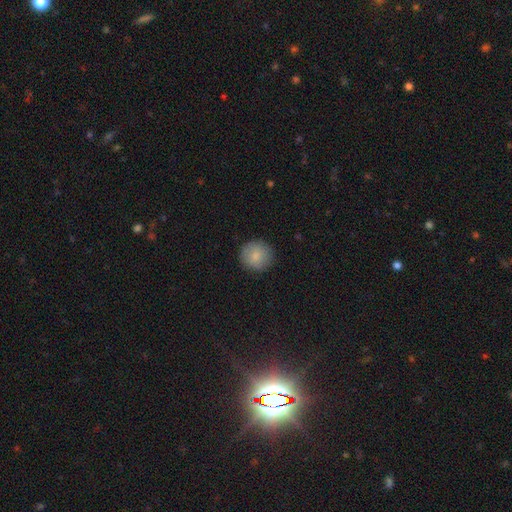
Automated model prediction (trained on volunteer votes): Overall: smooth (84%). How rounded: round (92%). Merging: none (88%).